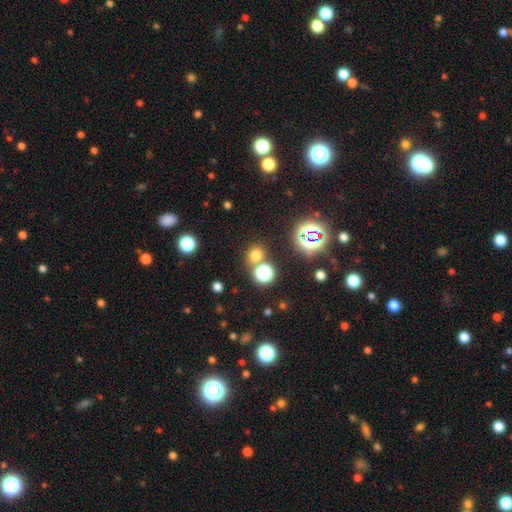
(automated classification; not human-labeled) Q: Smooth or featured?
A: smooth (65%); runner-up: star or artifact (29%)
Q: How rounded?
A: round (84%); runner-up: in between (15%)
Q: Merging?
A: none (74%); runner-up: merger (15%)